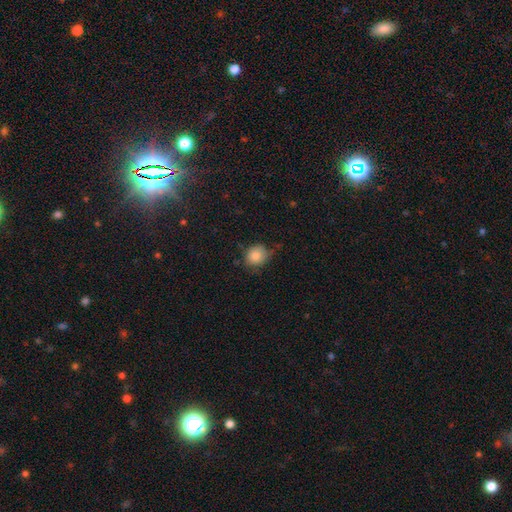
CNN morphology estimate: Smooth or featured? smooth (82%)
How rounded? round (76%)
Merging? none (63%)